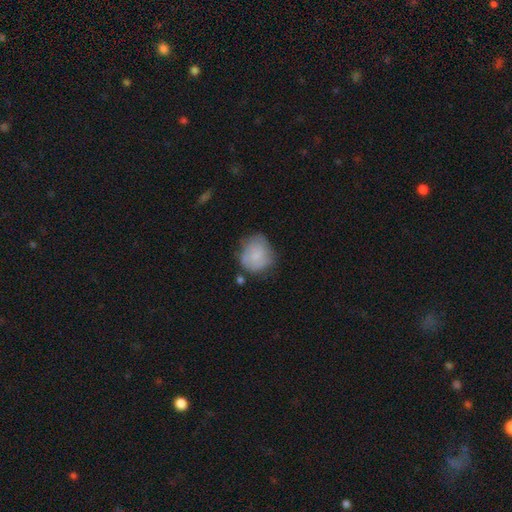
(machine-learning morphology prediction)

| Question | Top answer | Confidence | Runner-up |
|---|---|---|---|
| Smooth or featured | smooth | 66% | featured or disk (27%) |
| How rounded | round | 76% | in between (23%) |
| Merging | none | 56% | minor disturbance (30%) |